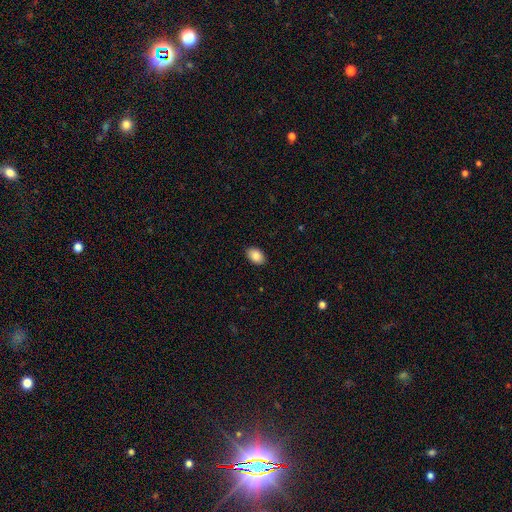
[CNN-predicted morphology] Q: Smooth or featured?
A: smooth (88%); runner-up: star or artifact (7%)
Q: How rounded?
A: in between (87%); runner-up: round (12%)
Q: Merging?
A: none (90%); runner-up: minor disturbance (8%)